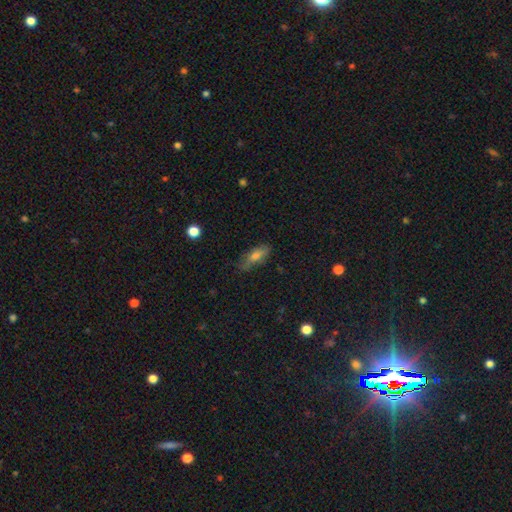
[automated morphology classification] A smooth galaxy with no disk features (58%) that is in between round and cigar-shaped (61%). Merging: none (73%).